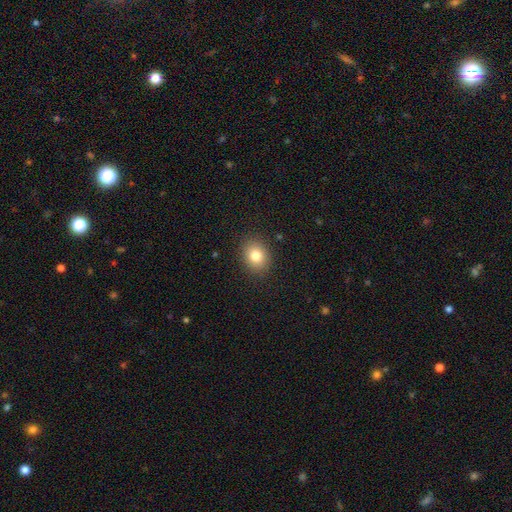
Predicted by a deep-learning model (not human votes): Smooth or featured: smooth — 81% (star or artifact — 11%)
How rounded: round — 55% (in between — 44%)
Merging: none — 88% (minor disturbance — 8%)